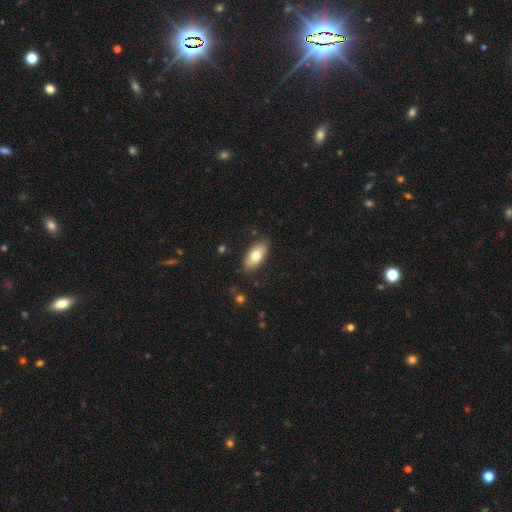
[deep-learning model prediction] Q: Smooth or featured?
A: smooth (76%); runner-up: featured or disk (18%)
Q: How rounded?
A: in between (90%); runner-up: cigar-shaped (7%)
Q: Merging?
A: none (84%); runner-up: minor disturbance (12%)